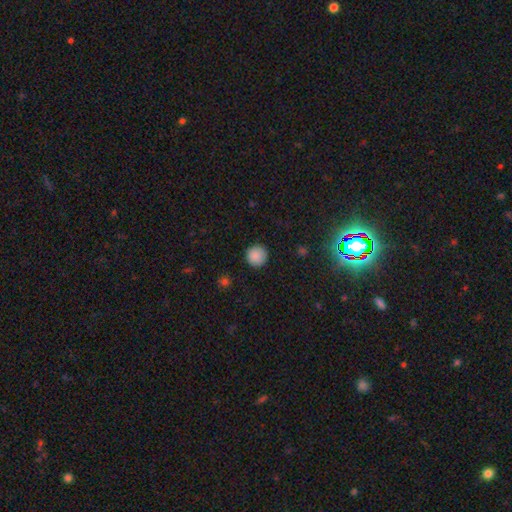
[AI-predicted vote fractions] Overall: smooth (88%). How rounded: round (95%). Merging: none (91%).